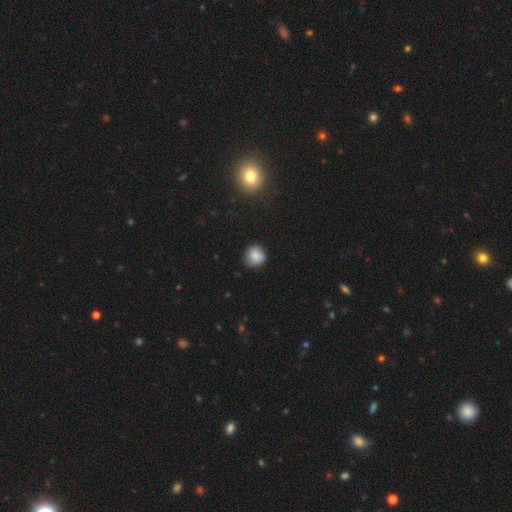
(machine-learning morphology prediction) Smooth or featured?
  - smooth: 83% *
  - star or artifact: 9%
  - featured or disk: 8%
How rounded?
  - round: 87% *
  - in between: 12%
  - cigar-shaped: 1%
Merging?
  - none: 77% *
  - minor disturbance: 19%
  - major disturbance: 3%
  - merger: 1%